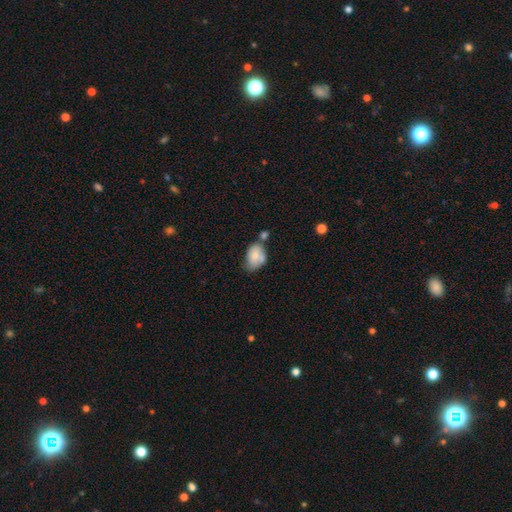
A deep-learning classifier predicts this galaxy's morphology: Smooth or featured? smooth (69%)
How rounded? in between (78%)
Merging? none (36%)